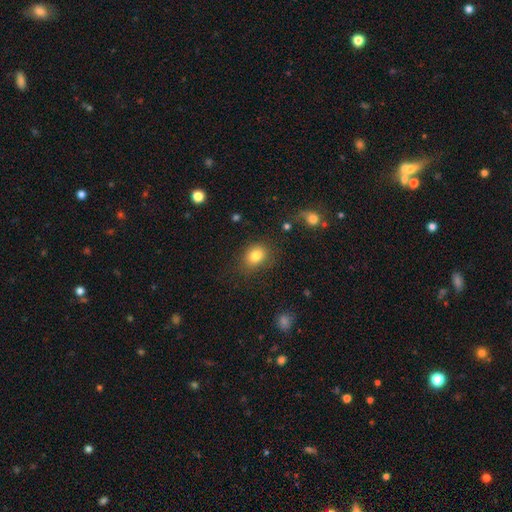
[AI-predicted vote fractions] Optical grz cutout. It shows a smooth galaxy with no disk features (82%) that is in between round and cigar-shaped (58%). Merging: none (77%).